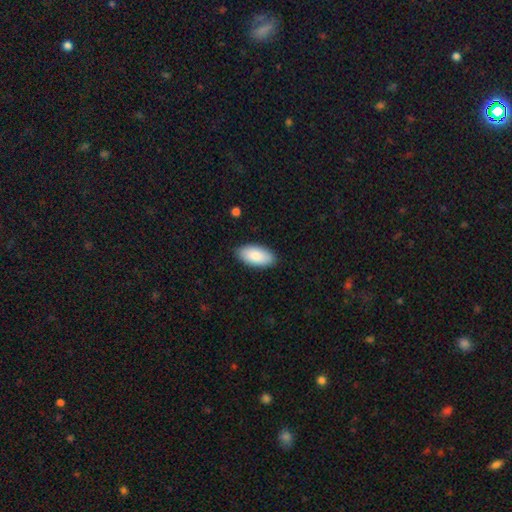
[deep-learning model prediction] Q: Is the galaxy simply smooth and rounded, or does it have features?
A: smooth — 86%.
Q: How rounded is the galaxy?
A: in between — 95%.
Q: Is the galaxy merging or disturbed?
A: none — 87%.